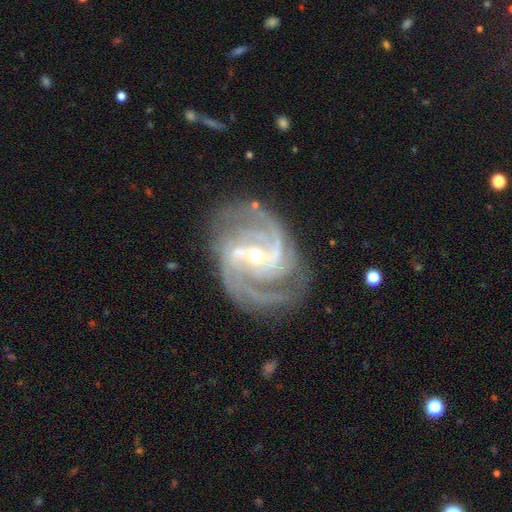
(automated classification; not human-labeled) Q: Smooth or featured?
A: featured or disk (92%); runner-up: star or artifact (5%)
Q: Edge-on disk?
A: no (98%); runner-up: yes (2%)
Q: Bar?
A: weak (43%); runner-up: strong (37%)
Q: Spiral arms?
A: yes (98%); runner-up: no (2%)
Q: Spiral winding?
A: medium (53%); runner-up: tight (37%)
Q: Spiral arm count?
A: 2 (40%); runner-up: 3 (32%)
Q: Bulge size?
A: small (64%); runner-up: moderate (33%)
Q: Merging?
A: none (73%); runner-up: minor disturbance (16%)